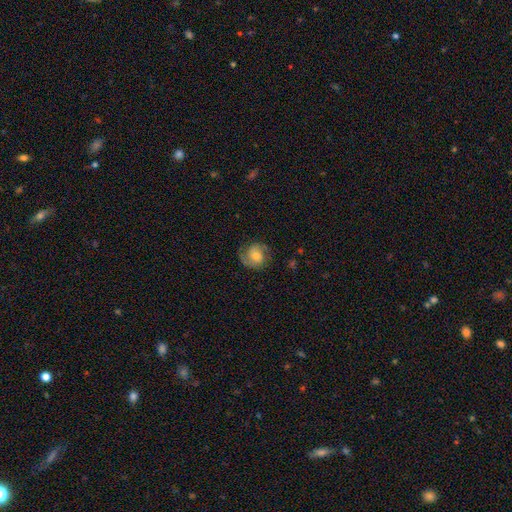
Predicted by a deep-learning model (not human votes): Morphology: type=featured or disk (67%); edge-on=no (98%); bar=no (61%); spiral arms=yes (93%); winding=medium (49%); arm count=2 (84%); bulge=moderate (52%); merging=none (74%).